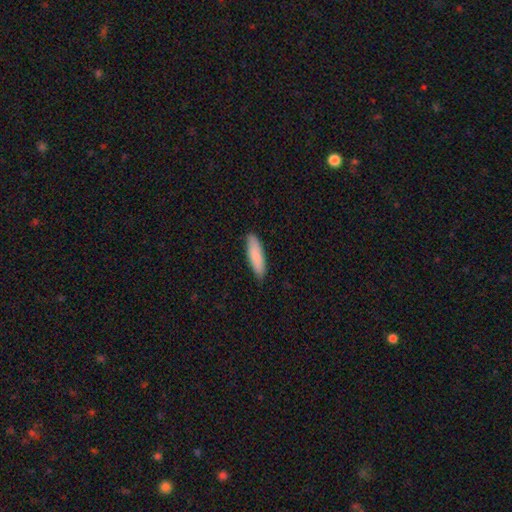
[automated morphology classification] Smooth or featured: smooth — 87% (featured or disk — 8%)
How rounded: cigar-shaped — 66% (in between — 33%)
Merging: none — 85% (minor disturbance — 12%)